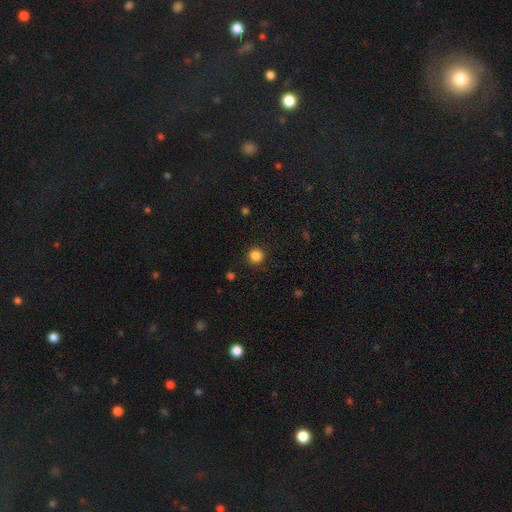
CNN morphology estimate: Smooth or featured? Predicted: smooth (p=0.85). How rounded? Predicted: round (p=0.95). Merging? Predicted: none (p=0.92).